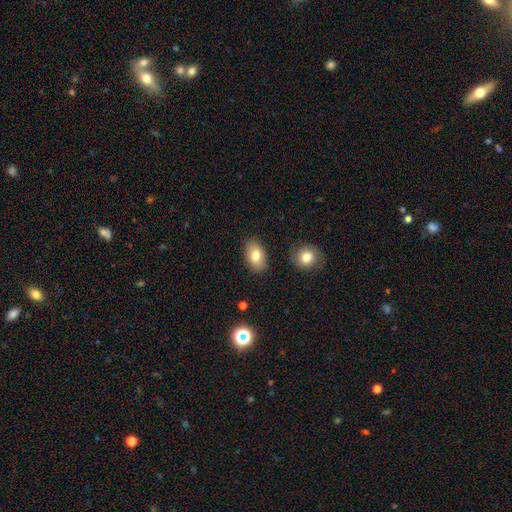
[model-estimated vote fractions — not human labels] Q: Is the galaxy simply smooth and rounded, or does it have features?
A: smooth — 79%.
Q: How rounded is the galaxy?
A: in between — 89%.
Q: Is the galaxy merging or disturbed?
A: none — 85%.